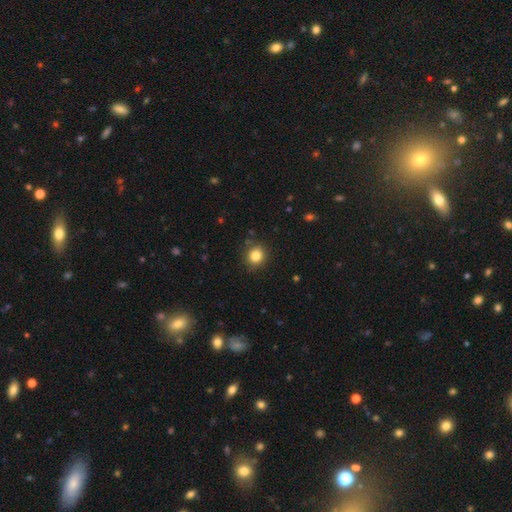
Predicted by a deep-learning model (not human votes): Morphology: type=smooth (84%); roundness=round (82%); merging=none (87%).